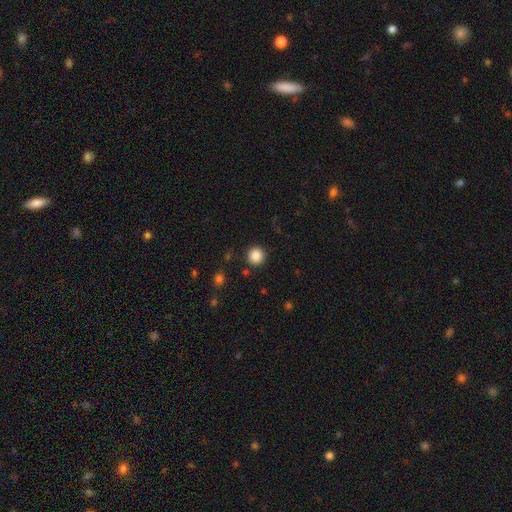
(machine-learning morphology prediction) This is clearly a smooth galaxy (87%). How rounded: clearly round (95%). Merging: clearly none (91%).